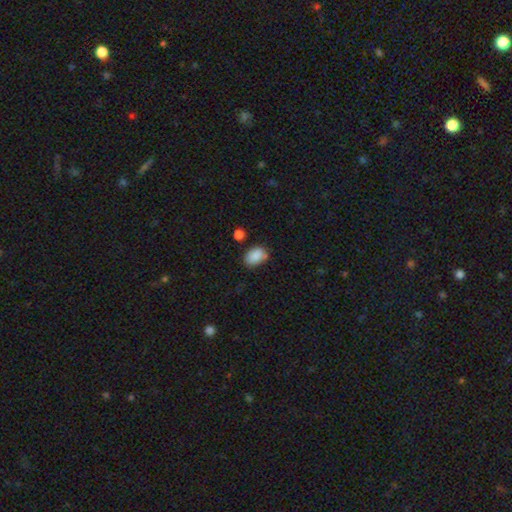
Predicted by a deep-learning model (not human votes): smooth-or-featured: smooth: 87% | star or artifact: 8% | featured or disk: 5%
  how-rounded: in between: 82% | round: 17% | cigar-shaped: 1%
  merging: none: 67% | minor disturbance: 21% | merger: 7% | major disturbance: 5%